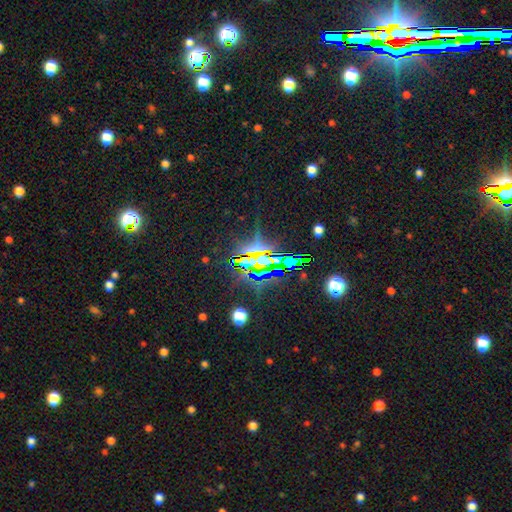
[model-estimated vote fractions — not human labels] Overall: star or artifact (76%).